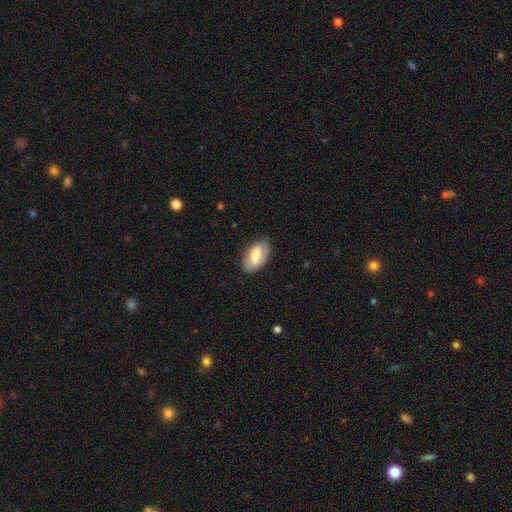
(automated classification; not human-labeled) smooth 53%, featured or disk 41%, star or artifact 6%. Down the decision tree: how rounded — in between (93%); merging — none (81%).